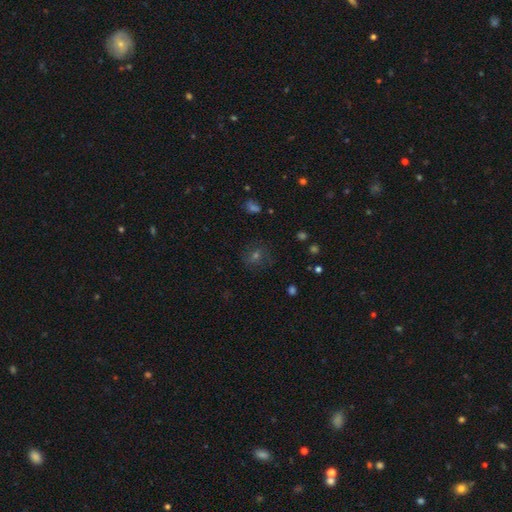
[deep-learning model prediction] smooth-or-featured: smooth: 42% | star or artifact: 36% | featured or disk: 23%
  merging: none: 81% | minor disturbance: 12% | major disturbance: 6% | merger: 2%